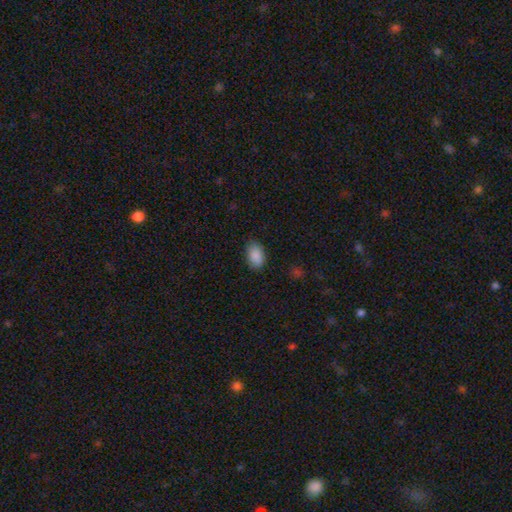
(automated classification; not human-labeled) Morphology: type=smooth (89%); roundness=in between (90%); merging=none (82%).